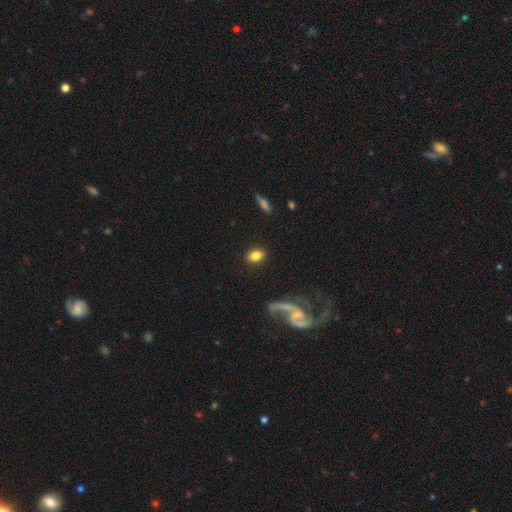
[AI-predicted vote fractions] Smooth or featured? Predicted: smooth (p=0.79). How rounded? Predicted: in between (p=0.75). Merging? Predicted: none (p=0.86).